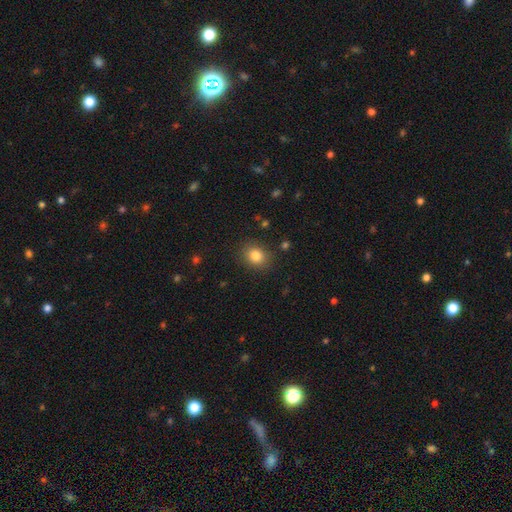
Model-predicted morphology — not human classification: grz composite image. It shows a smooth galaxy with no disk features (82%) that is round (64%). Merging: none (88%).